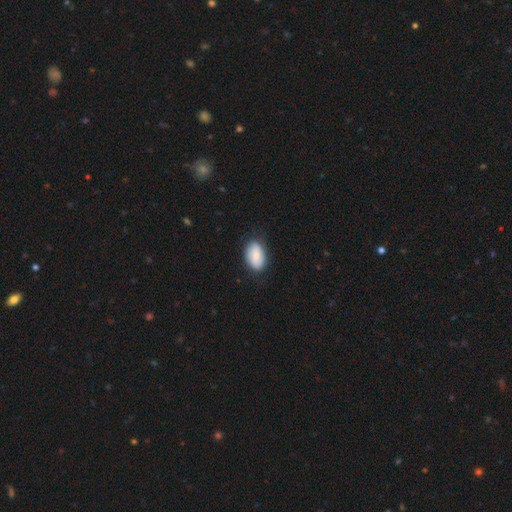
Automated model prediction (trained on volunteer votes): Smooth or featured: smooth — 77% (featured or disk — 17%)
How rounded: in between — 91% (round — 8%)
Merging: none — 77% (minor disturbance — 18%)